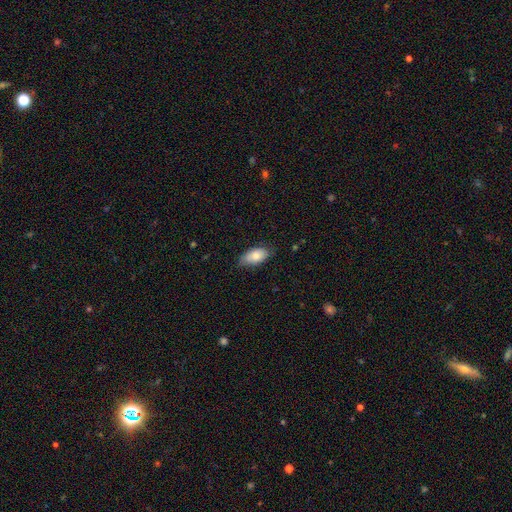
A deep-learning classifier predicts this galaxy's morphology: smooth_or_featured: smooth (p=0.79) [alt: featured or disk p=0.14]
how_rounded: in between (p=0.92) [alt: cigar-shaped p=0.05]
merging: none (p=0.73) [alt: minor disturbance p=0.22]